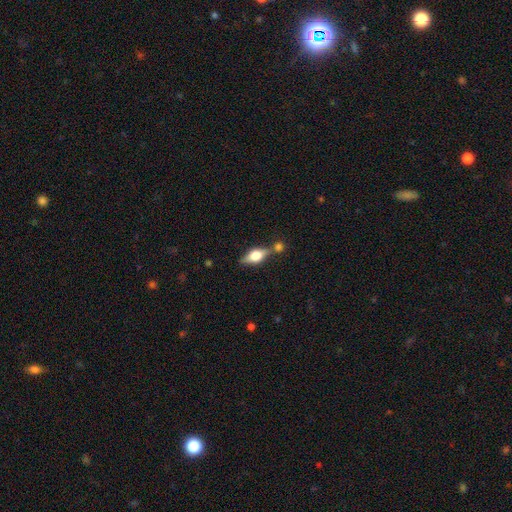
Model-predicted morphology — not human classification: smooth_or_featured: featured or disk (p=0.48) [alt: smooth p=0.44]
merging: none (p=0.61) [alt: merger p=0.21]